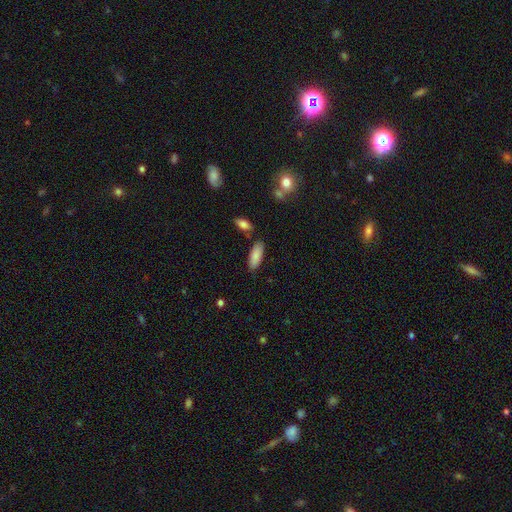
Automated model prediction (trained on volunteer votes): Smooth or featured: smooth — 86% (featured or disk — 7%)
How rounded: in between — 76% (cigar-shaped — 22%)
Merging: none — 81% (minor disturbance — 12%)